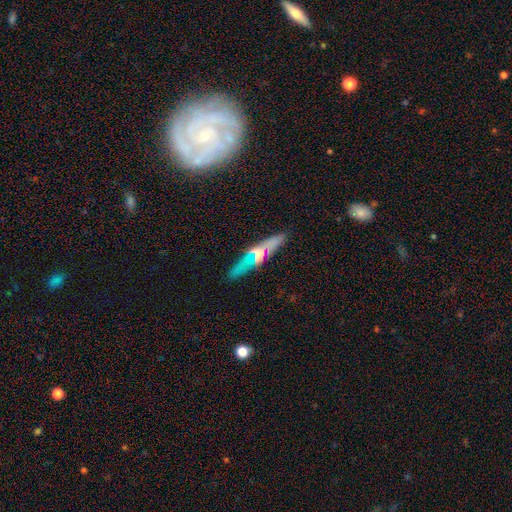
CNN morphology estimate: This appears to be a featured or disk galaxy (50%) viewed edge-on (85%). Merging: none (86%).